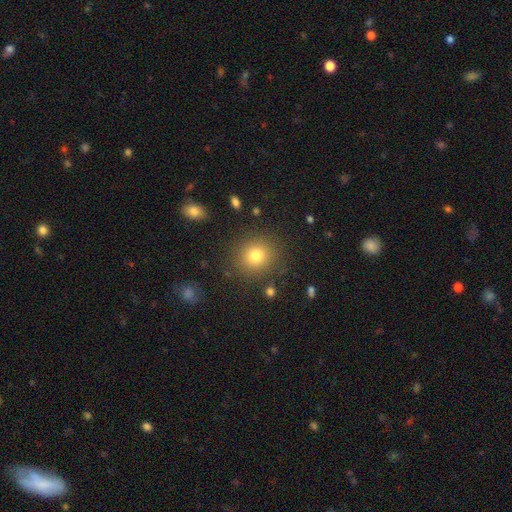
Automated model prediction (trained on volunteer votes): The model was most divided on "smooth or featured": smooth: 77%, star or artifact: 14%, featured or disk: 9%. More confident: how rounded — round (87%); merging — none (87%).